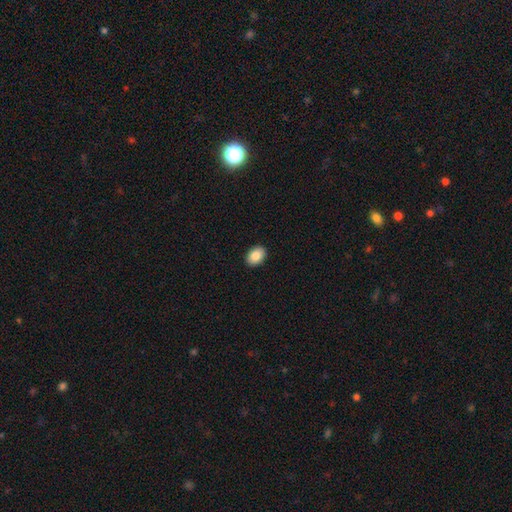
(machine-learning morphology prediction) This appears to be a smooth galaxy with no disk features (87%) that is in between round and cigar-shaped (82%). Merging: none (91%).